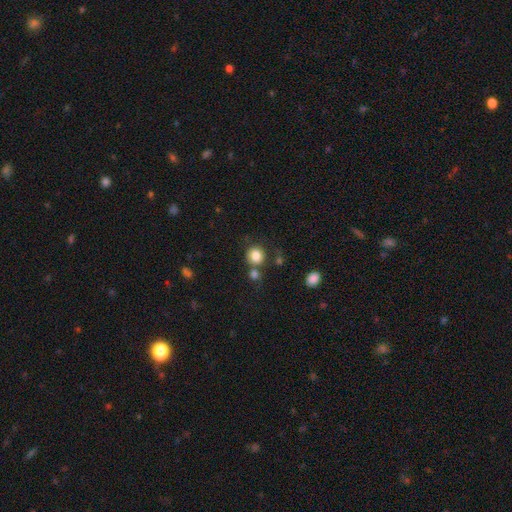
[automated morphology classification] smooth_or_featured: smooth (p=0.83) [alt: star or artifact p=0.10]
how_rounded: round (p=0.86) [alt: in between p=0.14]
merging: none (p=0.67) [alt: merger p=0.18]